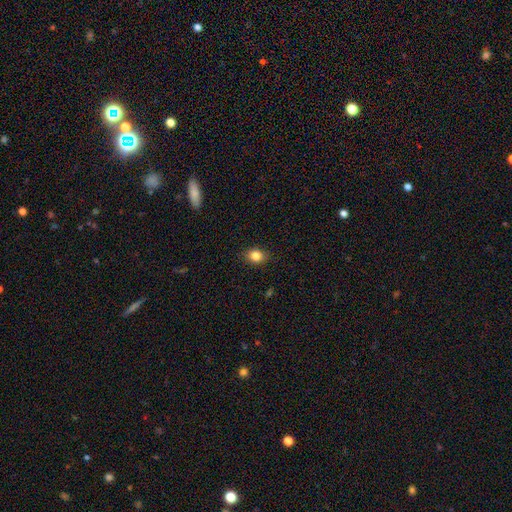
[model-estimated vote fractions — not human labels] Smooth or featured? smooth (84%)
How rounded? round (53%)
Merging? none (87%)